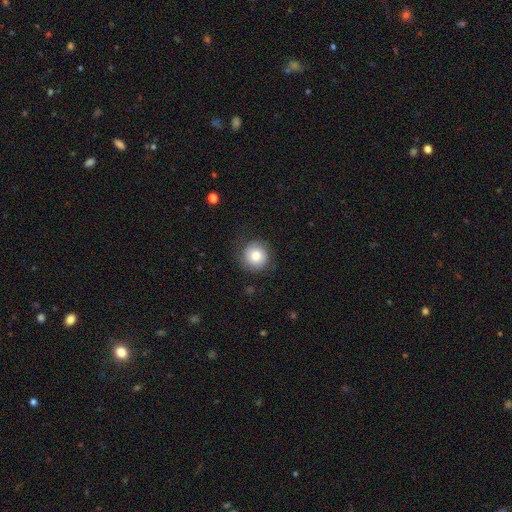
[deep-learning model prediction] Smooth or featured? Predicted: smooth (p=0.71). How rounded? Predicted: round (p=0.93). Merging? Predicted: none (p=0.80).